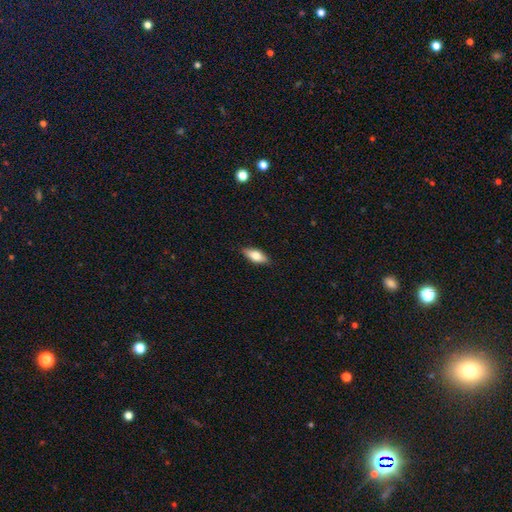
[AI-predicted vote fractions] Morphology: type=smooth (72%); roundness=in between (76%); merging=none (88%).